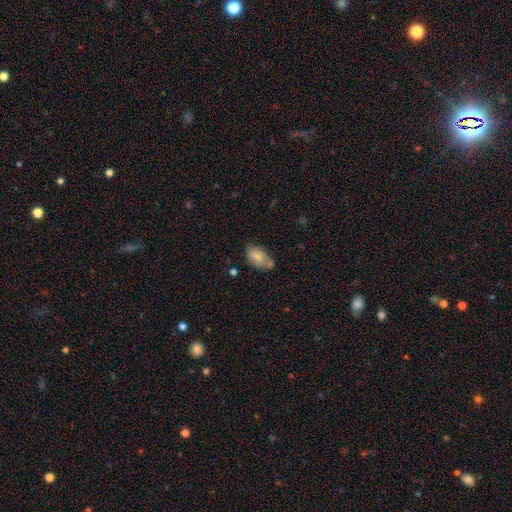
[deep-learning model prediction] The model was most divided on "merging": none: 48%, minor disturbance: 27%, merger: 18%, major disturbance: 7%. More confident: how rounded — in between (91%); smooth or featured — smooth (76%).